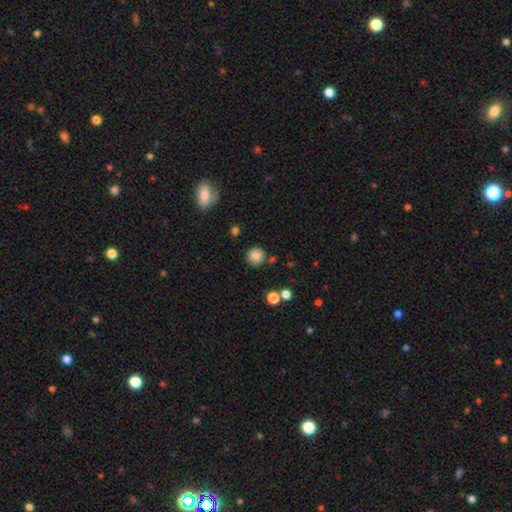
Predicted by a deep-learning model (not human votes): A smooth galaxy with no disk features (85%) that is round (93%).

Vote fractions:
- Smooth or featured? smooth: 85% / star or artifact: 10% / featured or disk: 5%
- How rounded? round: 93% / in between: 6% / cigar-shaped: 1%
- Merging? none: 83% / minor disturbance: 10% / merger: 4% / major disturbance: 3%